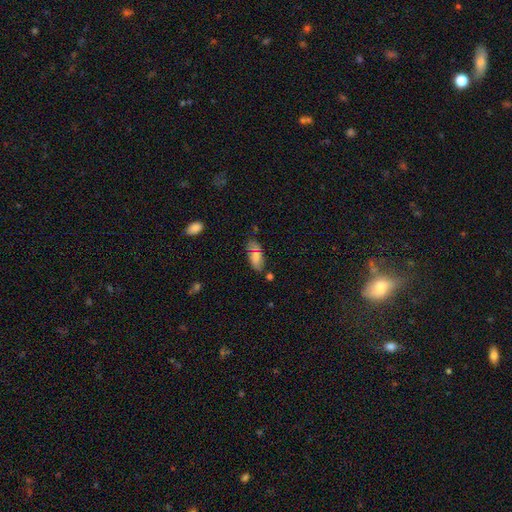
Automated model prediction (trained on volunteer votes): smooth 77%, featured or disk 15%, star or artifact 9%. Down the decision tree: how rounded — in between (83%); merging — none (67%).